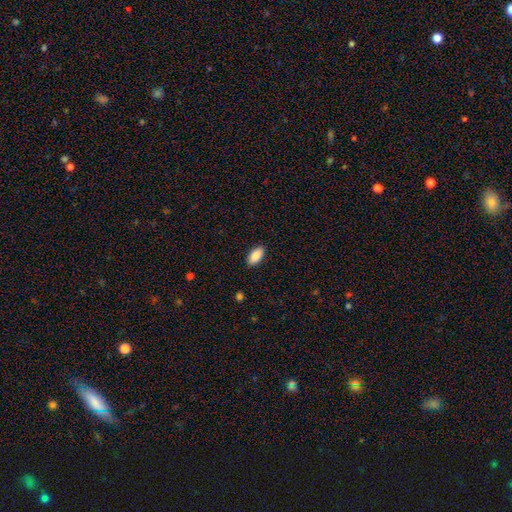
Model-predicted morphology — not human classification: Smooth or featured: smooth — 89% (star or artifact — 6%)
How rounded: in between — 92% (cigar-shaped — 6%)
Merging: none — 90% (minor disturbance — 7%)